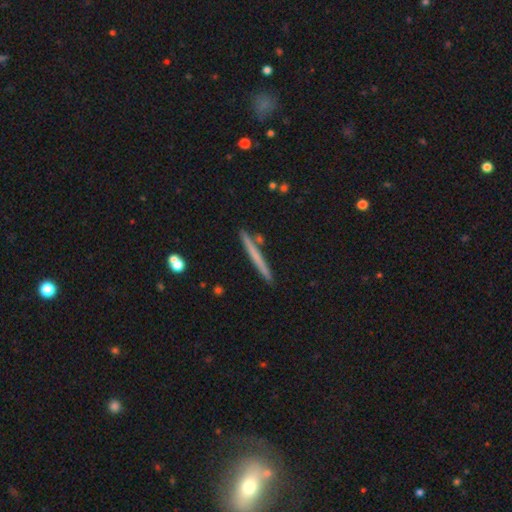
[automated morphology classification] Smooth or featured?
  - smooth: 54% *
  - featured or disk: 40%
  - star or artifact: 6%
How rounded?
  - cigar-shaped: 97% *
  - in between: 2%
  - round: 1%
Merging?
  - none: 88% *
  - minor disturbance: 7%
  - merger: 3%
  - major disturbance: 1%